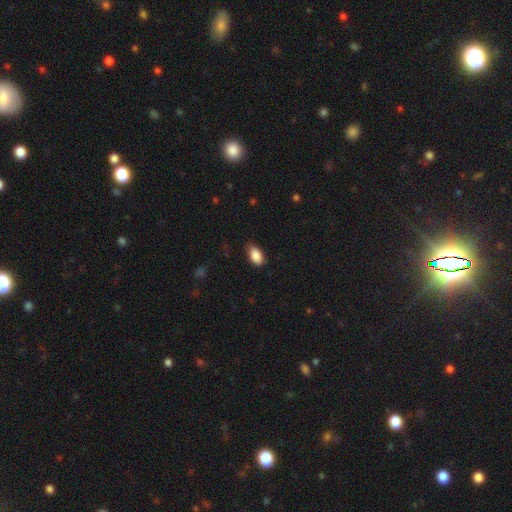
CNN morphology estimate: Smooth or featured? smooth (88%)
How rounded? in between (93%)
Merging? none (80%)